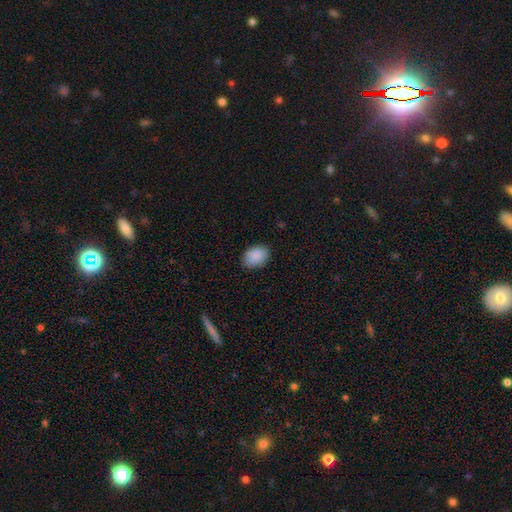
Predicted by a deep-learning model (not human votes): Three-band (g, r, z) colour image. It shows a smooth galaxy with no disk features (89%) that is in between round and cigar-shaped (78%). Merging: none (85%).